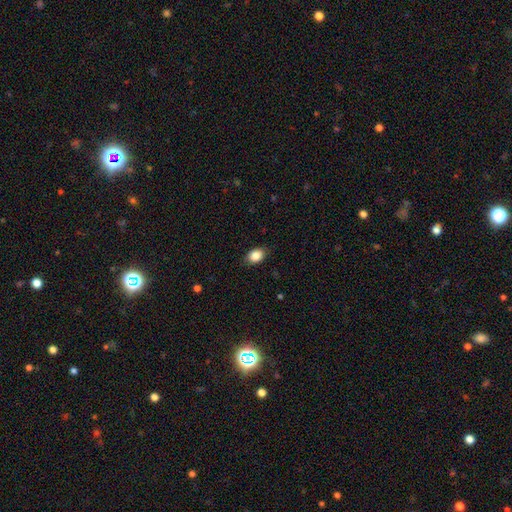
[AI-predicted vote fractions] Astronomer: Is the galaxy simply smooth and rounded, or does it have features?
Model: smooth — 86%.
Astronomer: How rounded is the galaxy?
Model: in between — 78%.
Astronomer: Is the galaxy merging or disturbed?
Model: none — 84%.